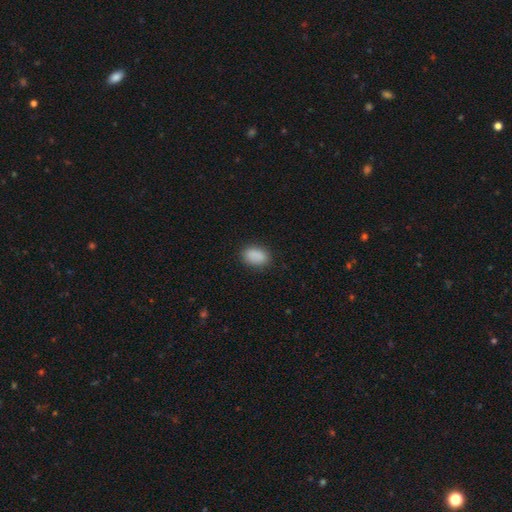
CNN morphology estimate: smooth-or-featured: smooth: 88% | star or artifact: 8% | featured or disk: 3%
  how-rounded: in between: 85% | round: 13% | cigar-shaped: 2%
  merging: none: 85% | minor disturbance: 11% | major disturbance: 3% | merger: 1%